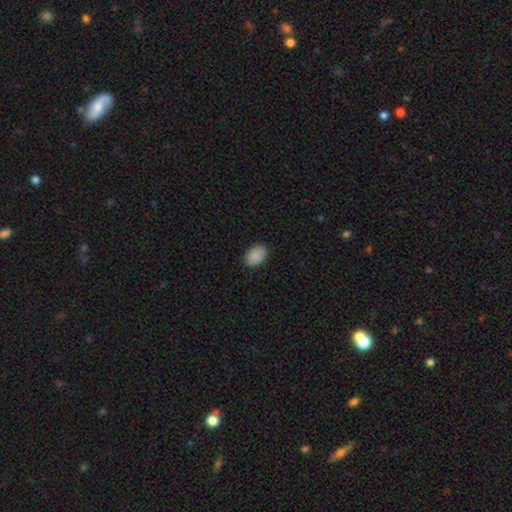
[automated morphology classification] smooth-or-featured: smooth: 90% | star or artifact: 7% | featured or disk: 3%
  how-rounded: in between: 82% | round: 17% | cigar-shaped: 1%
  merging: none: 88% | minor disturbance: 9% | major disturbance: 2% | merger: 1%